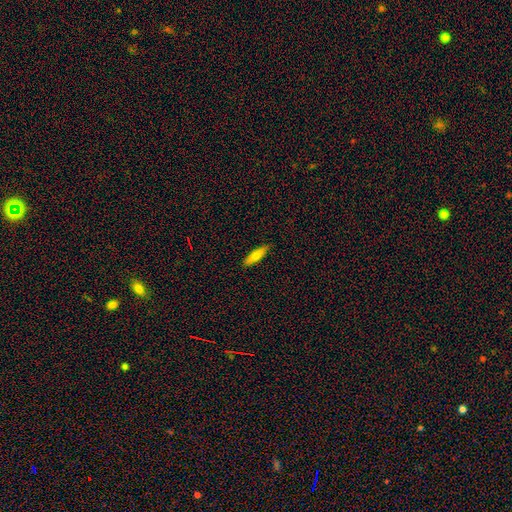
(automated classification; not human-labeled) smooth_or_featured: smooth (p=0.67) [alt: featured or disk p=0.27]
how_rounded: cigar-shaped (p=0.65) [alt: in between p=0.33]
merging: none (p=0.89) [alt: minor disturbance p=0.09]